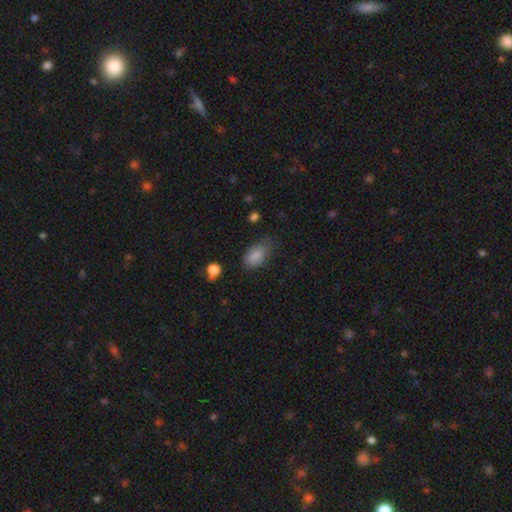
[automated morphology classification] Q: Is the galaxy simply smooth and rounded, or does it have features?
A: smooth — 86%.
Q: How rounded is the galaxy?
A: in between — 91%.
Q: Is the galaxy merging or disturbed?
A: none — 60%.